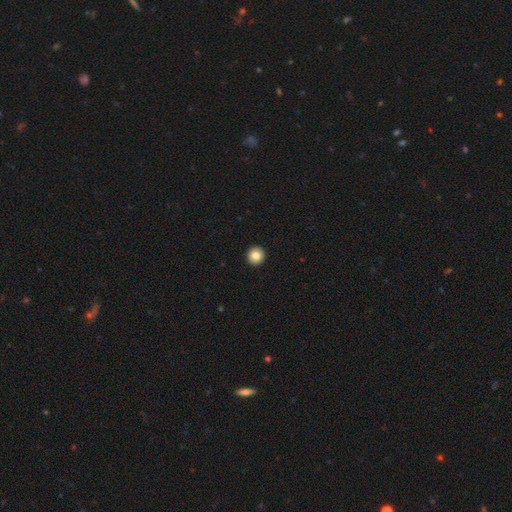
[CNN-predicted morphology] Smooth or featured?
  - smooth: 84% *
  - star or artifact: 9%
  - featured or disk: 7%
How rounded?
  - round: 95% *
  - in between: 4%
  - cigar-shaped: 1%
Merging?
  - none: 94% *
  - minor disturbance: 3%
  - major disturbance: 1%
  - merger: 1%